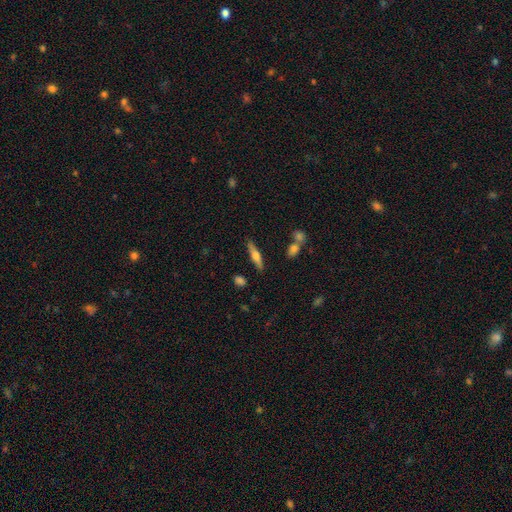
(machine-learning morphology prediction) Smooth or featured? Predicted: featured or disk (p=0.53). Edge-on disk? Predicted: yes (p=0.95). Edge-on bulge? Predicted: rounded (p=0.90). Merging? Predicted: none (p=0.85).